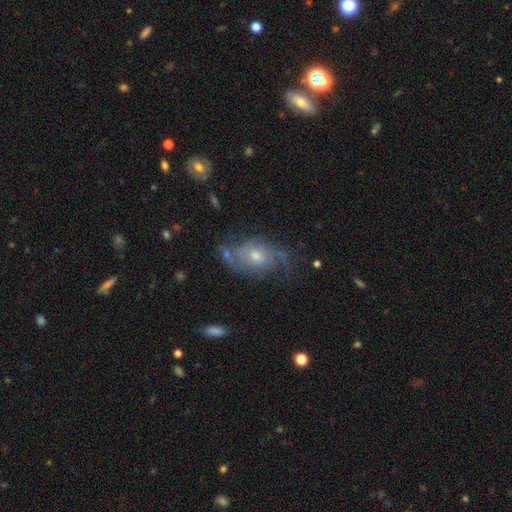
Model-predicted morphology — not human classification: Smooth or featured? Predicted: featured or disk (p=0.76). Edge-on disk? Predicted: no (p=0.96). Bar? Predicted: no (p=0.70). Spiral arms? Predicted: yes (p=0.90). Spiral winding? Predicted: medium (p=0.41). Spiral arm count? Predicted: 2 (p=0.66). Bulge size? Predicted: moderate (p=0.54). Merging? Predicted: none (p=0.58).